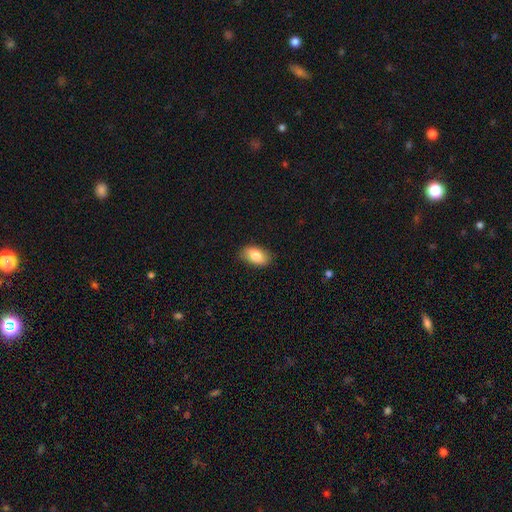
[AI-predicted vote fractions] smooth 82%, featured or disk 11%, star or artifact 7%. Down the decision tree: how rounded — in between (92%); merging — none (86%).